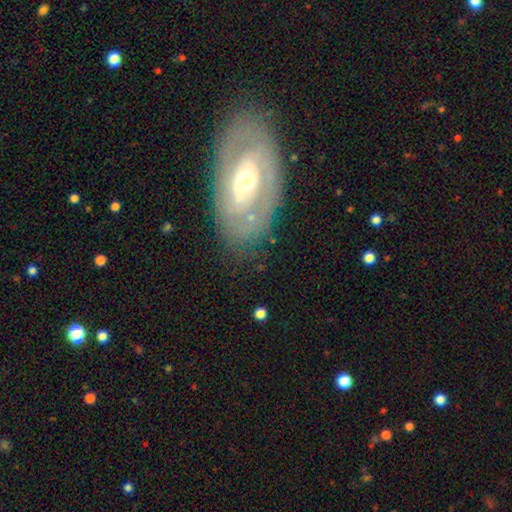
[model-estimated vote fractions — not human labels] A featured or disk galaxy (72%) with no bar (58%), spiral arms (54%) and a moderate central bulge (66%). Merging: none (77%).